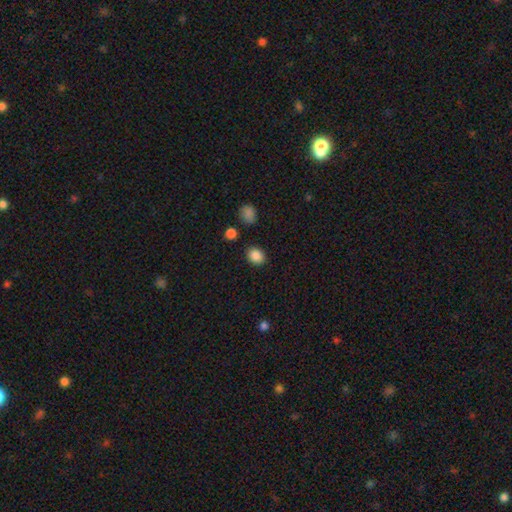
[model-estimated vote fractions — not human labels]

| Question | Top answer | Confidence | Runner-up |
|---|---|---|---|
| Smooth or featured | smooth | 86% | star or artifact (10%) |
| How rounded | round | 54% | in between (45%) |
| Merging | none | 86% | minor disturbance (8%) |